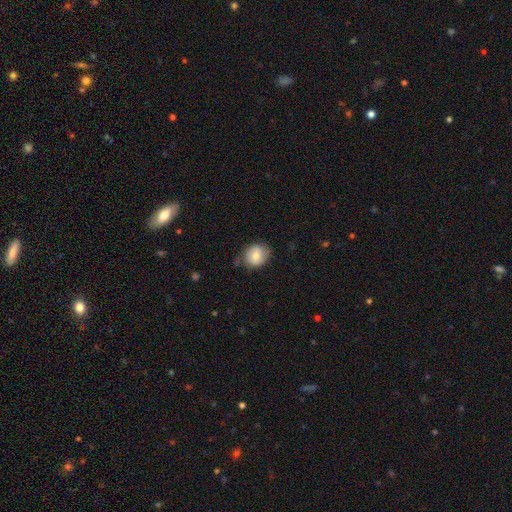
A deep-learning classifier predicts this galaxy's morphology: smooth-or-featured: smooth: 75% | featured or disk: 17% | star or artifact: 8%
  how-rounded: round: 70% | in between: 29% | cigar-shaped: 1%
  merging: none: 69% | minor disturbance: 23% | major disturbance: 6% | merger: 2%